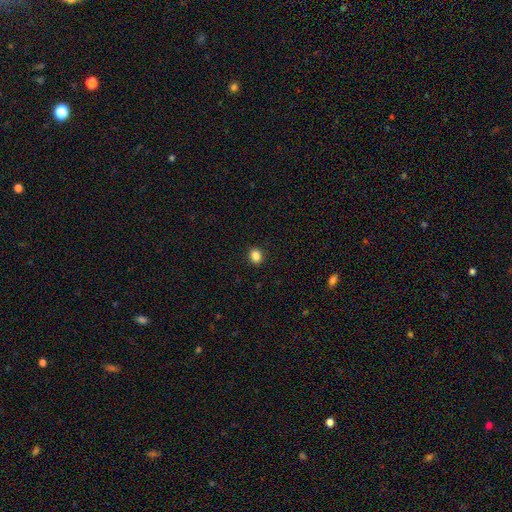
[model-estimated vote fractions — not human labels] Overall: smooth (86%). How rounded: round (57%; in between 42%). Merging: none (91%).